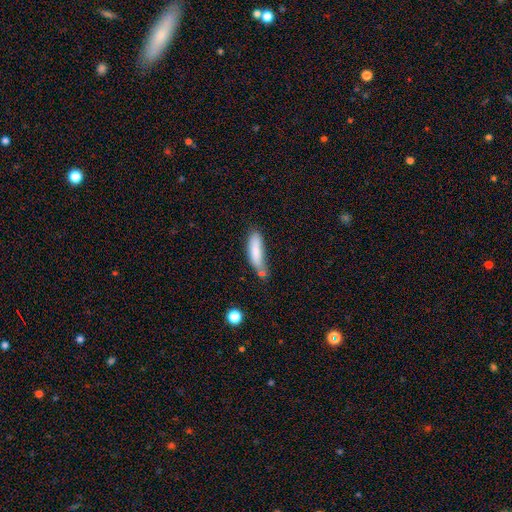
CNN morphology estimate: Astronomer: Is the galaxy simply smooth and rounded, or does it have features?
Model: smooth — 81%.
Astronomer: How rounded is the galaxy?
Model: cigar-shaped — 59% (runner-up: in between, 40%).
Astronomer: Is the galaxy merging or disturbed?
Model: none — 46% (runner-up: minor disturbance, 29%).